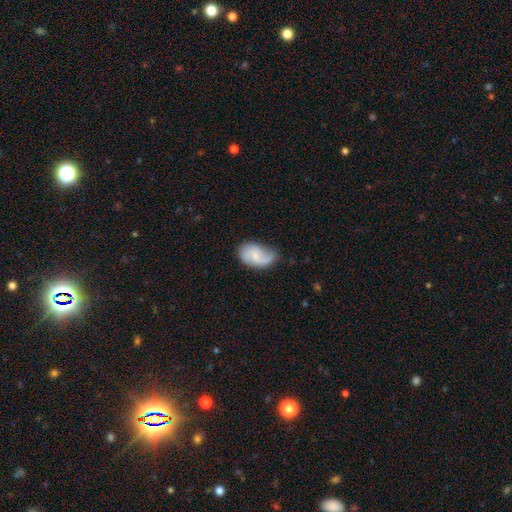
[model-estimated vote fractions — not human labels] smooth_or_featured: featured or disk (p=0.63) [alt: smooth p=0.30]
disk_edge_on: no (p=0.97) [alt: yes p=0.03]
bar: no (p=0.60) [alt: weak p=0.35]
has_spiral_arms: yes (p=0.91) [alt: no p=0.09]
spiral_winding: loose (p=0.45) [alt: medium p=0.39]
spiral_arm_count: 2 (p=0.70) [alt: 1 p=0.15]
bulge_size: small (p=0.56) [alt: moderate p=0.29]
merging: none (p=0.51) [alt: minor disturbance p=0.32]